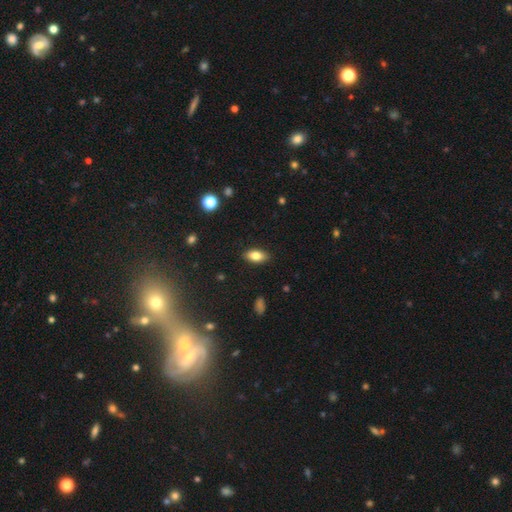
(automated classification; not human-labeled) A smooth galaxy with no disk features (78%) that is in between round and cigar-shaped (88%). Merging: none (88%).